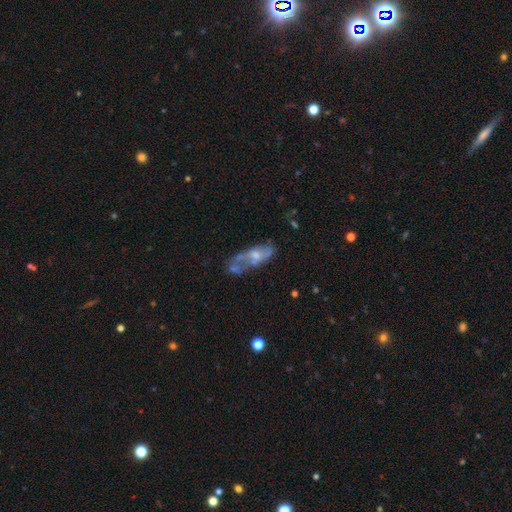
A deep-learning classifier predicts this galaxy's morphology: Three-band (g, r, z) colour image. It shows a featured or disk galaxy (61%) with no bar (75%), no spiral arms (57%) and a moderate central bulge (43%). Merging: none (40%).